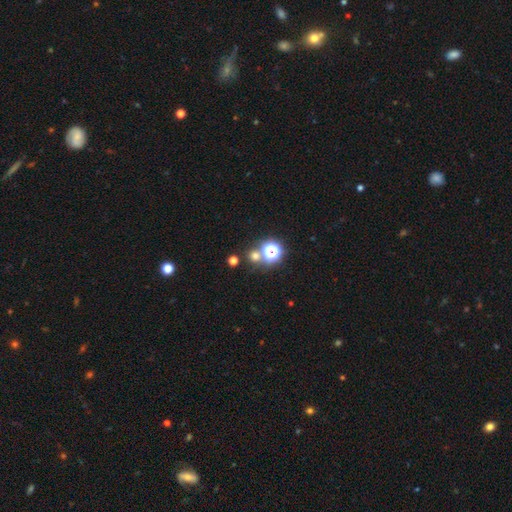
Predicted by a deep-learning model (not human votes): smooth_or_featured: smooth (p=0.58) [alt: star or artifact p=0.35]
how_rounded: round (p=0.89) [alt: in between p=0.10]
merging: none (p=0.70) [alt: merger p=0.19]